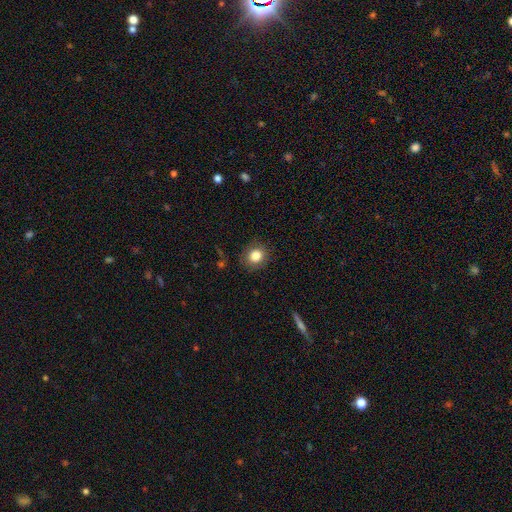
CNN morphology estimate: Smooth or featured? Predicted: smooth (p=0.83). How rounded? Predicted: round (p=0.77). Merging? Predicted: none (p=0.86).